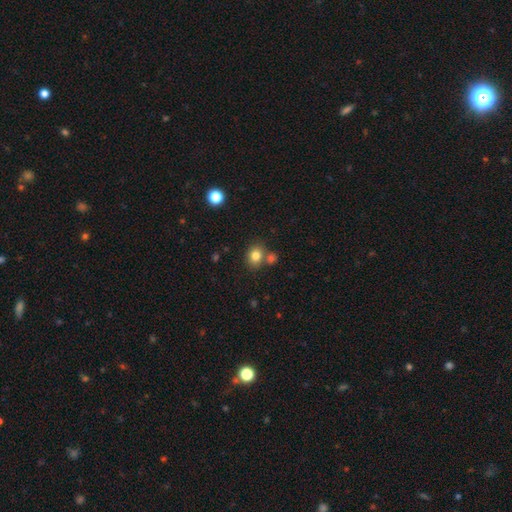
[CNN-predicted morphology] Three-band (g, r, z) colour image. It shows a smooth galaxy with no disk features (81%) that is round (62%). Merging: none (64%).